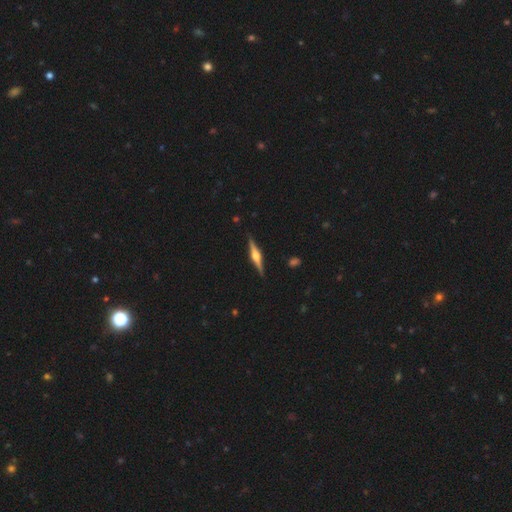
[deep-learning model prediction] smooth_or_featured: featured or disk (p=0.82) [alt: smooth p=0.13]
disk_edge_on: yes (p=0.98) [alt: no p=0.02]
edge_on_bulge: rounded (p=0.94) [alt: boxy p=0.05]
merging: none (p=0.91) [alt: minor disturbance p=0.07]